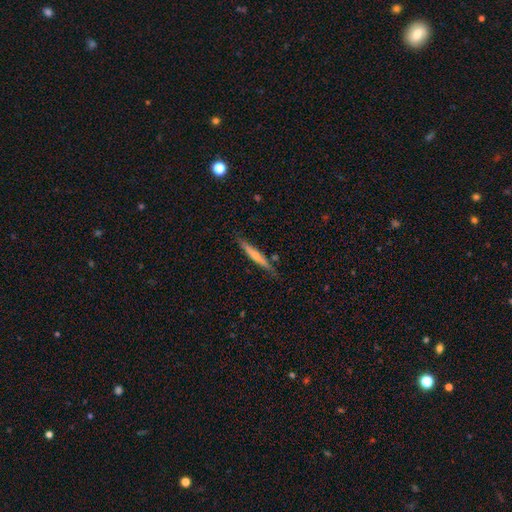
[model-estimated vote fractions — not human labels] A featured or disk galaxy (47%, tied with smooth). Merging: none (82%).